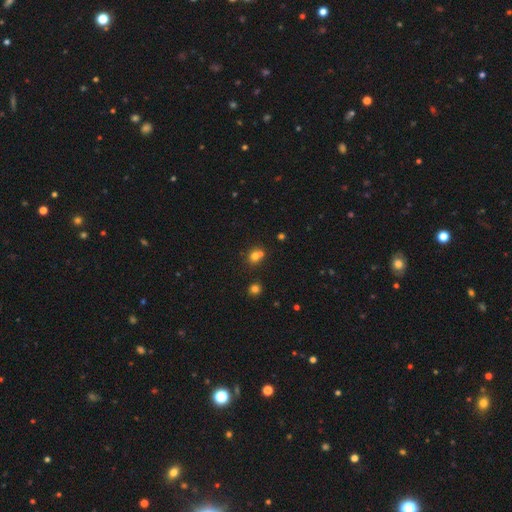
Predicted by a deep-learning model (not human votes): A smooth galaxy with no disk features (70%) that is round (79%). Merging: none (46%).